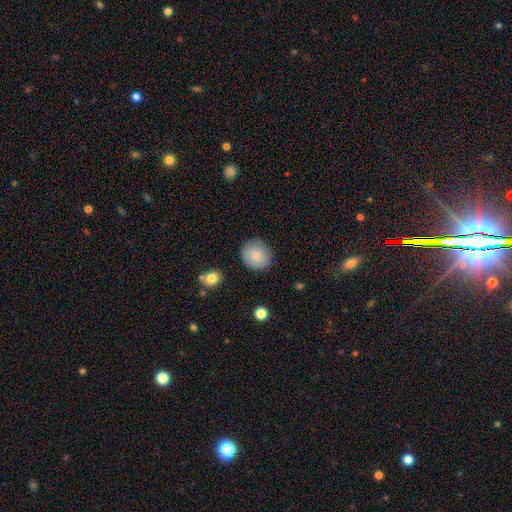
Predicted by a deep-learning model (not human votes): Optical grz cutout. It shows a smooth galaxy with no disk features (83%) that is round (87%). Merging: none (86%).